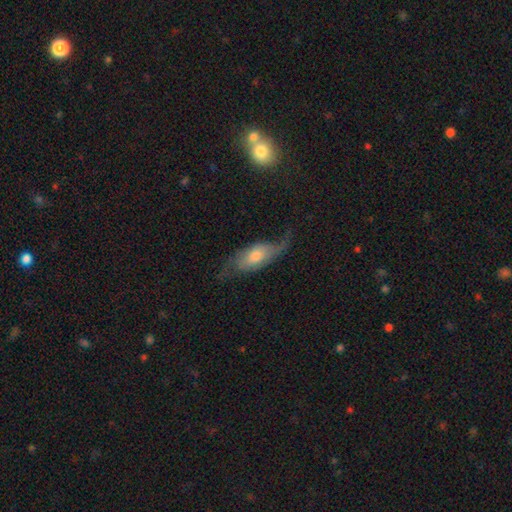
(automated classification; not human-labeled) Overall: featured or disk (54%; smooth 38%). Edge-on disk: no (78%). Merging: none (51%; minor disturbance 25%).